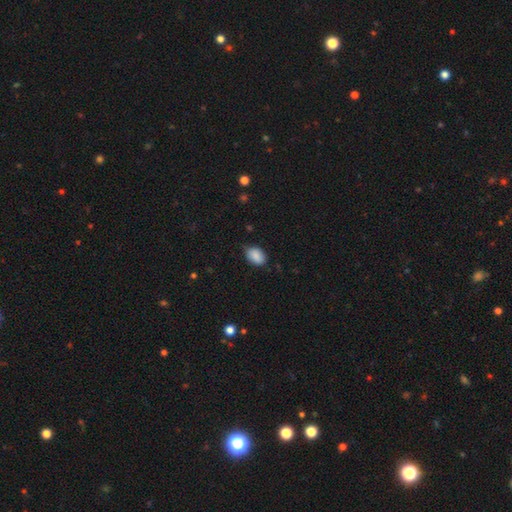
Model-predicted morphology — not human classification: A smooth galaxy with no disk features (88%) that is in between round and cigar-shaped (80%). Merging: none (71%).